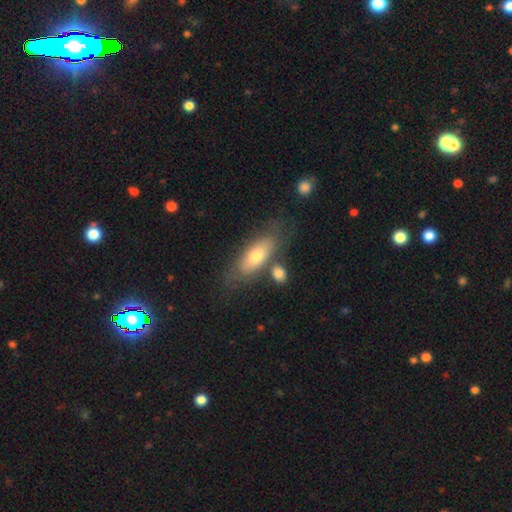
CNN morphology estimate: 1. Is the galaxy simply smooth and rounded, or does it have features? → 64% smooth, 30% featured or disk, 6% star or artifact.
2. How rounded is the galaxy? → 74% in between, 23% cigar-shaped, 3% round.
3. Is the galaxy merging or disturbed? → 64% none, 16% minor disturbance, 14% merger, 6% major disturbance.